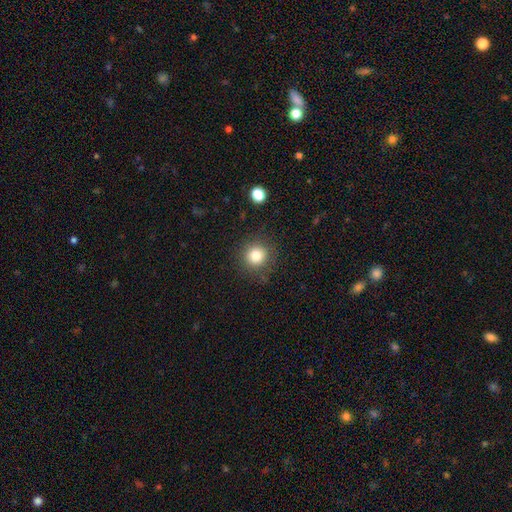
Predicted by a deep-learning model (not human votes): Smooth or featured?
  - smooth: 81% *
  - star or artifact: 12%
  - featured or disk: 7%
How rounded?
  - round: 92% *
  - in between: 7%
  - cigar-shaped: 1%
Merging?
  - none: 86% *
  - minor disturbance: 9%
  - major disturbance: 3%
  - merger: 2%